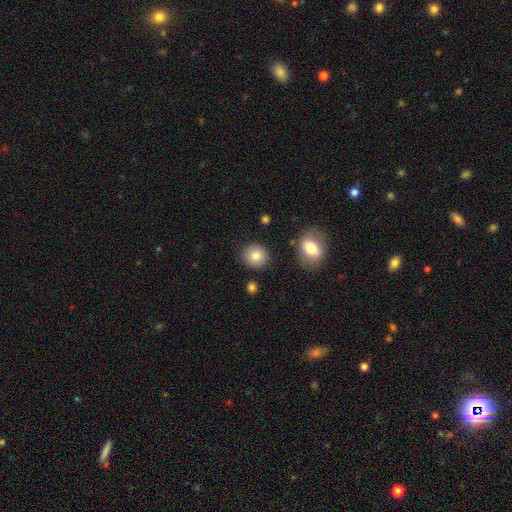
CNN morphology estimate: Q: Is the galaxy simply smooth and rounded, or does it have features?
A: smooth — 82%.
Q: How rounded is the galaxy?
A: round — 90%.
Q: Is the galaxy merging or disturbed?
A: none — 88%.